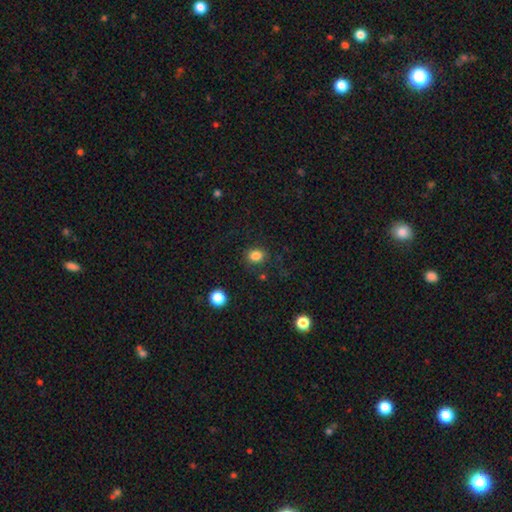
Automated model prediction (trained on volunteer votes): Smooth or featured?
  - smooth: 83% *
  - star or artifact: 12%
  - featured or disk: 5%
How rounded?
  - round: 66% *
  - in between: 33%
  - cigar-shaped: 1%
Merging?
  - none: 81% *
  - minor disturbance: 12%
  - major disturbance: 5%
  - merger: 2%